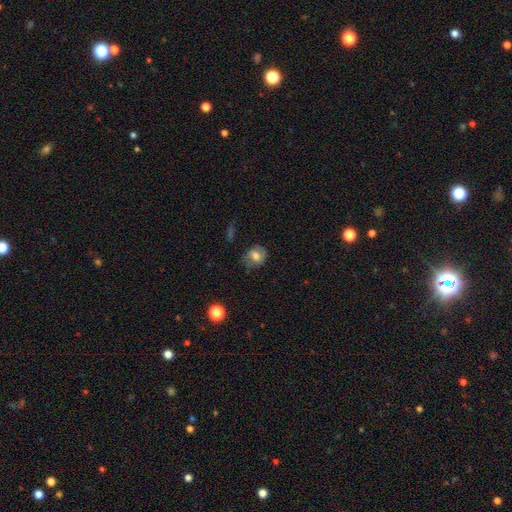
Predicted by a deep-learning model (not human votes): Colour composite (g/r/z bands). It shows a smooth galaxy with no disk features (64%) that is round (59%). Merging: none (65%).